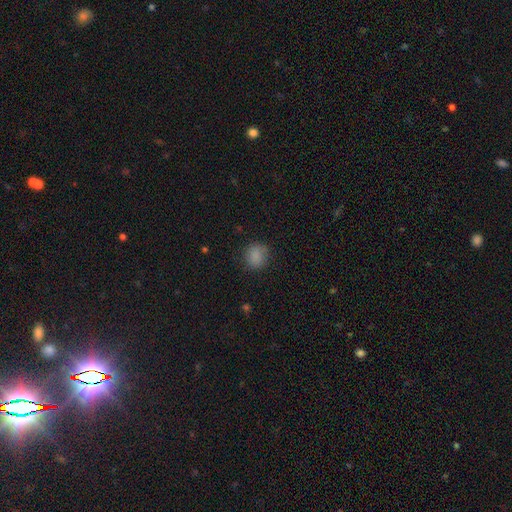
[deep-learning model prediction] A smooth galaxy with no disk features (85%) that is round (75%).

Vote fractions:
- Smooth or featured? smooth: 85% / star or artifact: 10% / featured or disk: 5%
- How rounded? round: 75% / in between: 24% / cigar-shaped: 1%
- Merging? none: 80% / minor disturbance: 15% / major disturbance: 4% / merger: 1%